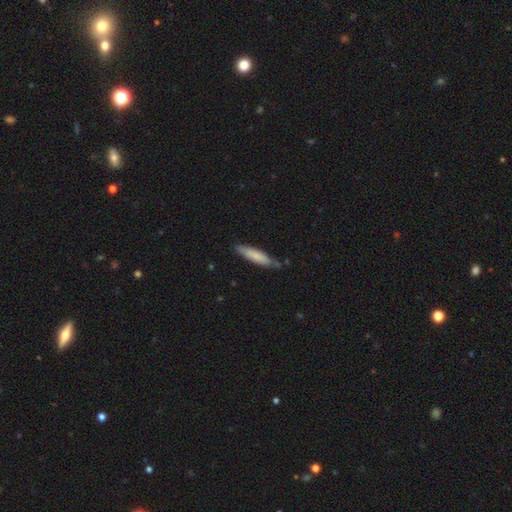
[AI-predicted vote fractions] Morphology: type=smooth (77%); roundness=cigar-shaped (80%); merging=none (76%).